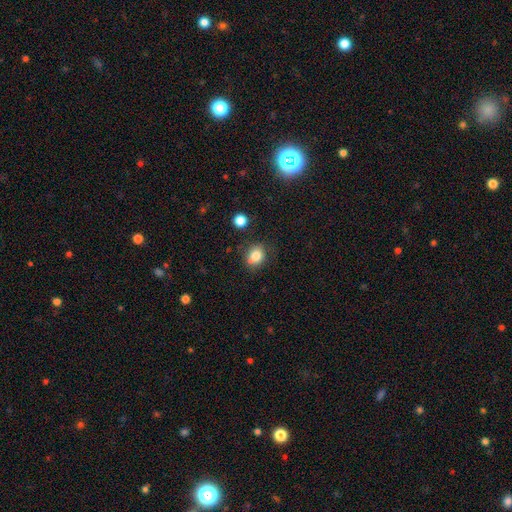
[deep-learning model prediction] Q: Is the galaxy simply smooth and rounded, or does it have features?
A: smooth — 81%.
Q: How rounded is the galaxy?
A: round — 58%.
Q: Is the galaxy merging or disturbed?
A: none — 74%.